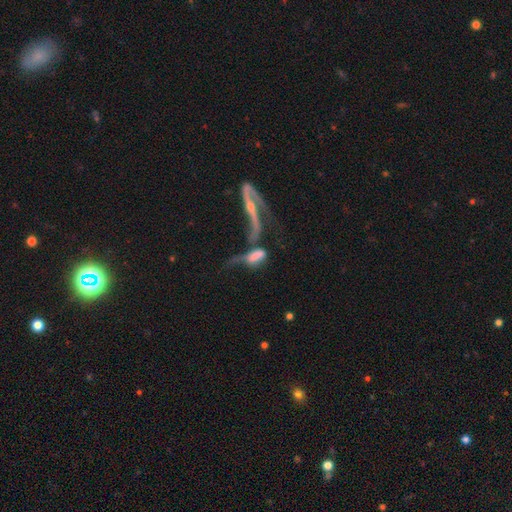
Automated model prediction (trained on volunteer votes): Smooth or featured: featured or disk — 49% (smooth — 40%)
Merging: merger — 59% (major disturbance — 22%)